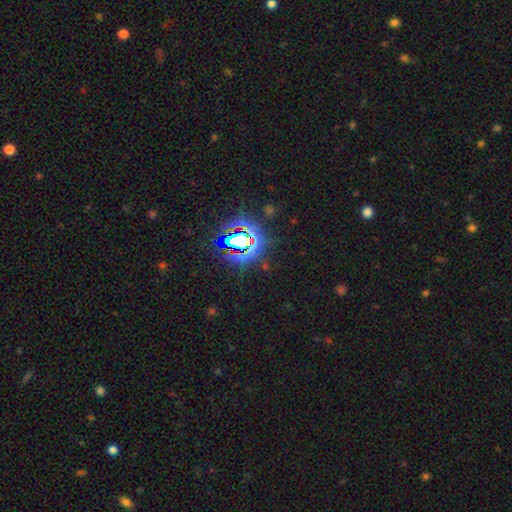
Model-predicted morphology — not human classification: Smooth or featured: star or artifact — 79% (smooth — 14%)